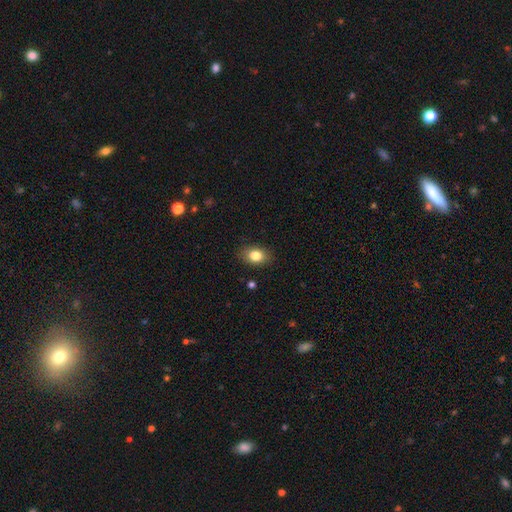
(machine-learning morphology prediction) Overall: smooth (82%). How rounded: in between (77%). Merging: none (87%).